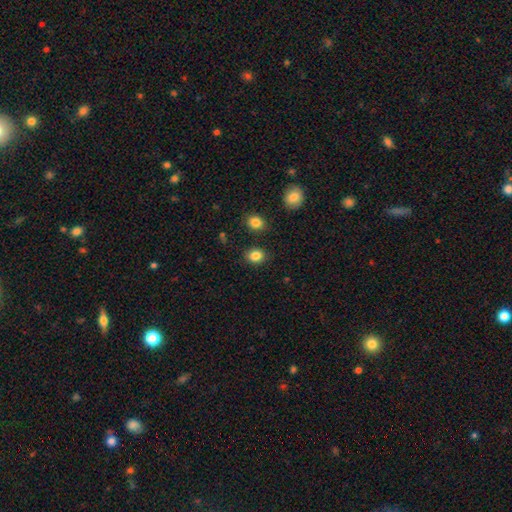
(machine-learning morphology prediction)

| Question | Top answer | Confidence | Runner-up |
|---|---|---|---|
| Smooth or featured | smooth | 85% | star or artifact (10%) |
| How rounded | round | 59% | in between (40%) |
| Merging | none | 86% | minor disturbance (8%) |